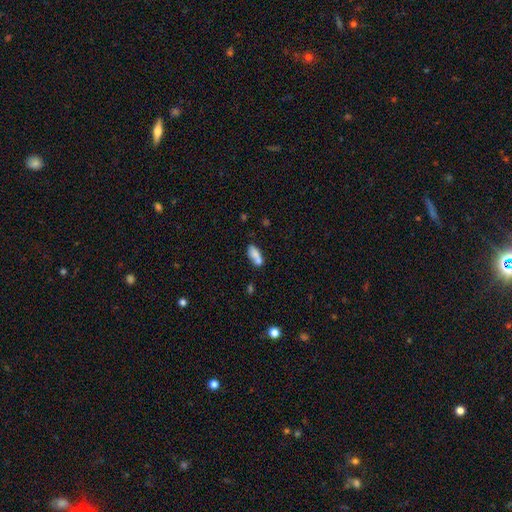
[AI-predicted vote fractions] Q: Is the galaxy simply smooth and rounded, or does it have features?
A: smooth — 76%.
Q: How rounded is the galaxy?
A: in between — 79%.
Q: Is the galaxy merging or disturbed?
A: none — 40%.